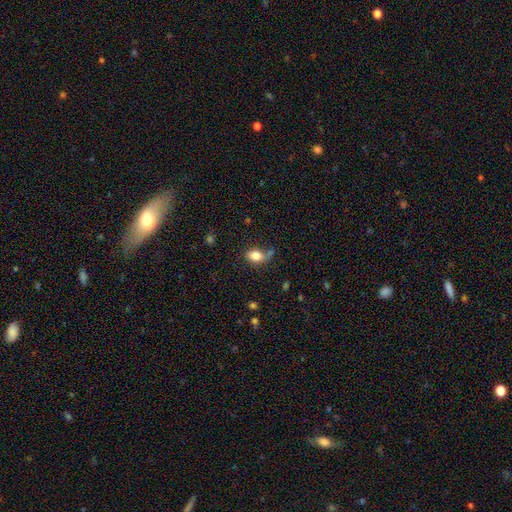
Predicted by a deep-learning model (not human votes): A smooth galaxy with no disk features (82%) that is in between round and cigar-shaped (74%).

Vote fractions:
- Smooth or featured? smooth: 82% / featured or disk: 9% / star or artifact: 9%
- How rounded? in between: 74% / round: 24% / cigar-shaped: 2%
- Merging? none: 53% / minor disturbance: 26% / major disturbance: 11% / merger: 10%